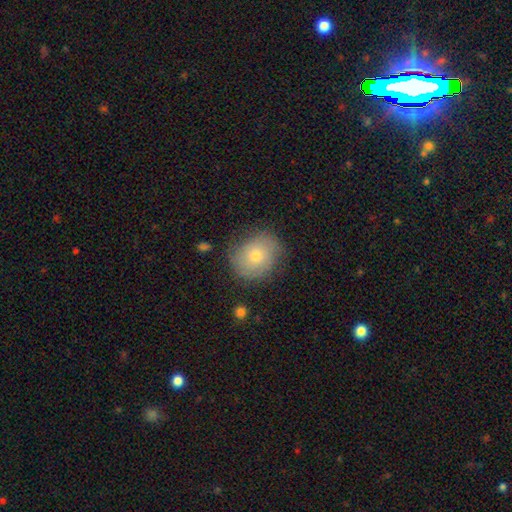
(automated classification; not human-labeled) Smooth or featured? Predicted: smooth (p=0.63). How rounded? Predicted: round (p=0.68). Merging? Predicted: none (p=0.73).